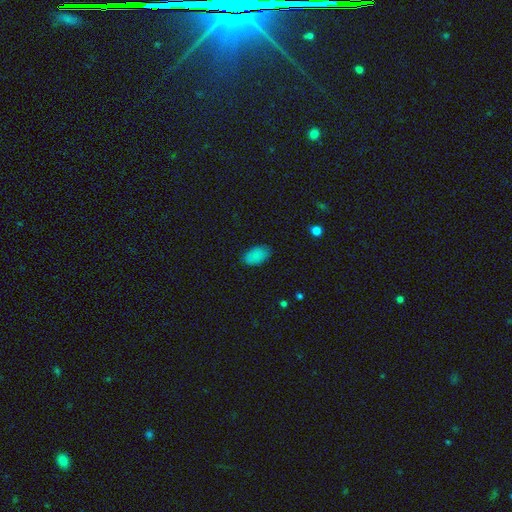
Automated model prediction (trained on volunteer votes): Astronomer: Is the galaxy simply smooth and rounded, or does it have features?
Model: smooth — 87%.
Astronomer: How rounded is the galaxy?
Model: in between — 94%.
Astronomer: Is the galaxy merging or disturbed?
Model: none — 84%.